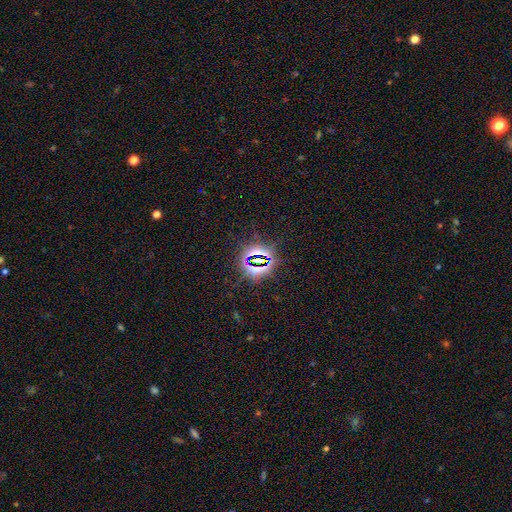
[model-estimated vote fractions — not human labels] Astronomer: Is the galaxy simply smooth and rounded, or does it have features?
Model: star or artifact — 79%.